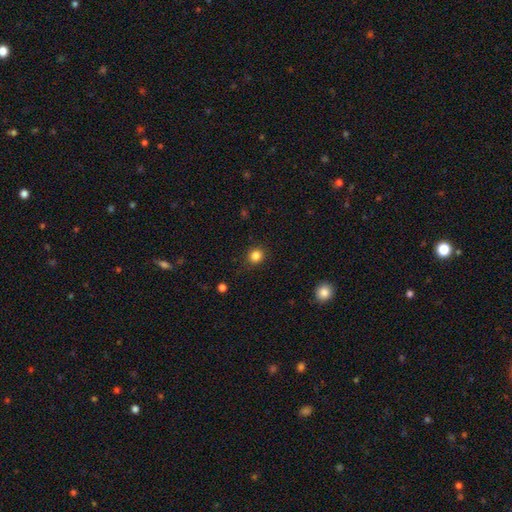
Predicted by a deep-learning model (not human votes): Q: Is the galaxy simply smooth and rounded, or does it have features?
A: smooth — 84%.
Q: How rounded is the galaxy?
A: round — 79%.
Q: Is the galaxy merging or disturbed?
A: none — 87%.